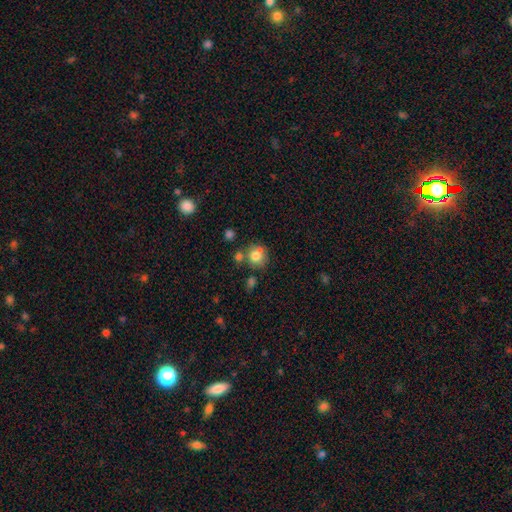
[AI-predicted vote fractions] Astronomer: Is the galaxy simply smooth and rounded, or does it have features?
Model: smooth — 79%.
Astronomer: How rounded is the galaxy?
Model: round — 80%.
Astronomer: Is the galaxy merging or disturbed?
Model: none — 61%.